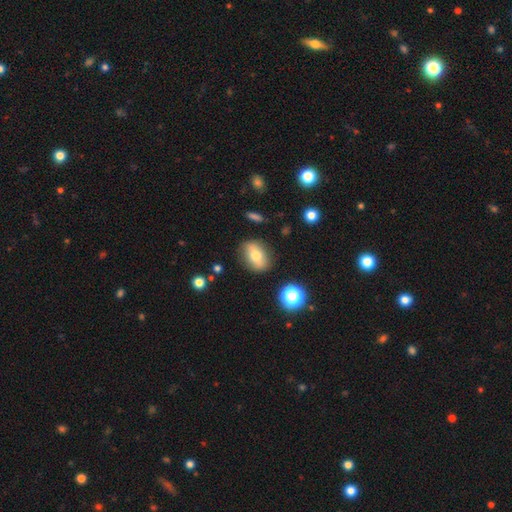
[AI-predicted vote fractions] Smooth or featured?
  - smooth: 62% *
  - featured or disk: 28%
  - star or artifact: 10%
How rounded?
  - in between: 70% *
  - round: 26%
  - cigar-shaped: 3%
Merging?
  - none: 82% *
  - minor disturbance: 12%
  - major disturbance: 4%
  - merger: 2%